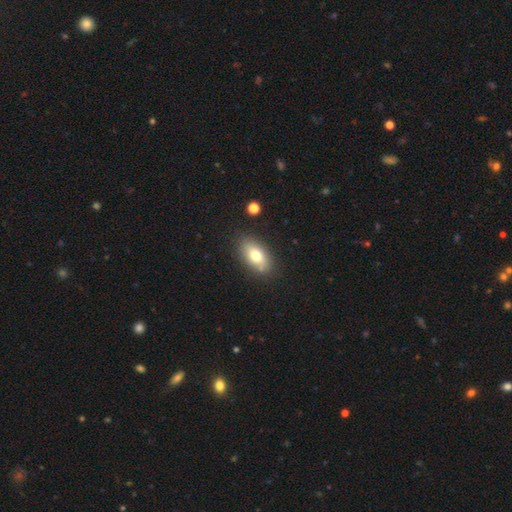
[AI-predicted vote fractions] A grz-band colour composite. It shows a smooth galaxy with no disk features (73%) that is in between round and cigar-shaped (89%). Merging: none (80%).